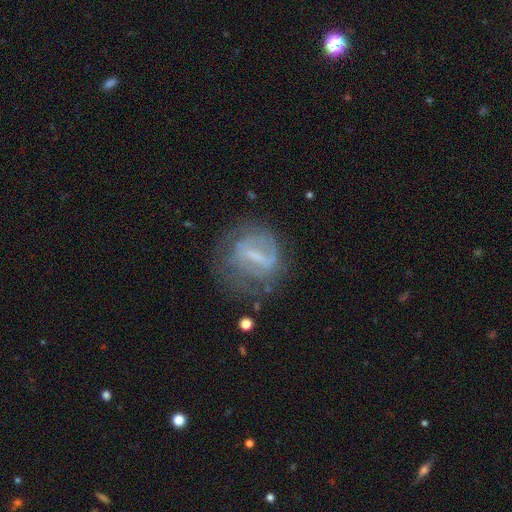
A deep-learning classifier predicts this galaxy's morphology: smooth-or-featured: featured or disk: 64% | smooth: 26% | star or artifact: 11%
  disk-edge-on: no: 94% | yes: 6%
    bar: strong: 49% | weak: 36% | no: 15%
    has-spiral-arms: no: 51% | yes: 49%
    bulge-size: none: 39% | small: 35% | moderate: 22% | large: 3% | dominant: 1%
  merging: none: 55% | minor disturbance: 22% | major disturbance: 20% | merger: 3%